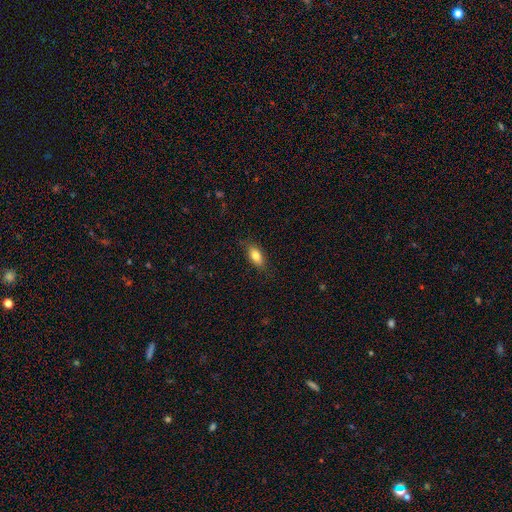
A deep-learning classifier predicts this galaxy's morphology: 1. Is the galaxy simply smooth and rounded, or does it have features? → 80% smooth, 12% featured or disk, 8% star or artifact.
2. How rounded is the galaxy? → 83% in between, 13% cigar-shaped, 4% round.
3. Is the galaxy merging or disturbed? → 82% none, 14% minor disturbance, 3% major disturbance, 1% merger.